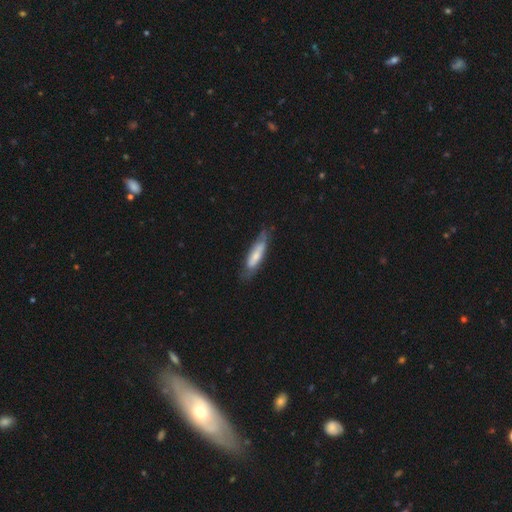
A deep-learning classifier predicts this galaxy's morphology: A smooth galaxy with no disk features (57%) that is cigar-shaped (62%). Merging: none (65%).